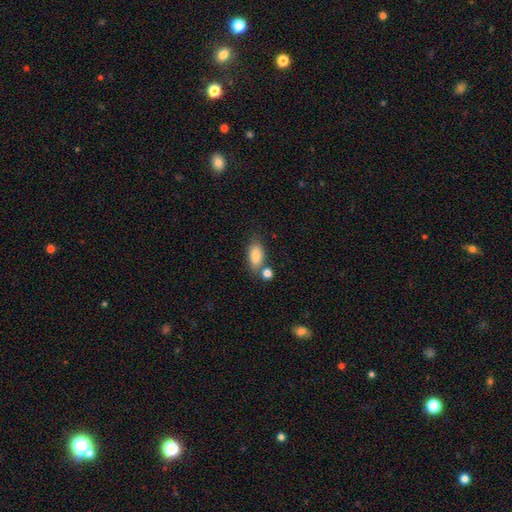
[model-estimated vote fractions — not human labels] This is clearly a smooth galaxy (83%). How rounded: clearly in between (88%). Merging: likely none (63%).